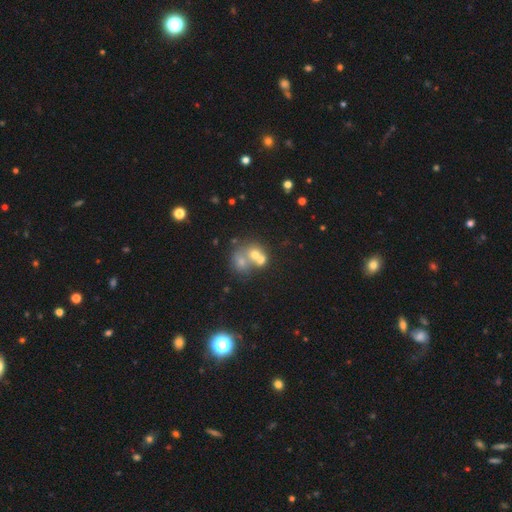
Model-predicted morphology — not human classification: Smooth or featured?
  - smooth: 54% *
  - featured or disk: 29%
  - star or artifact: 17%
How rounded?
  - round: 68% *
  - in between: 31%
  - cigar-shaped: 1%
Merging?
  - merger: 62% *
  - none: 27%
  - minor disturbance: 7%
  - major disturbance: 5%